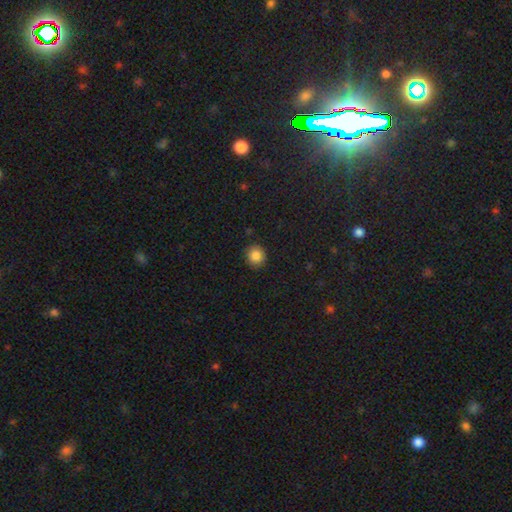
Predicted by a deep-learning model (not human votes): Morphology: type=smooth (86%); roundness=round (88%); merging=none (90%).